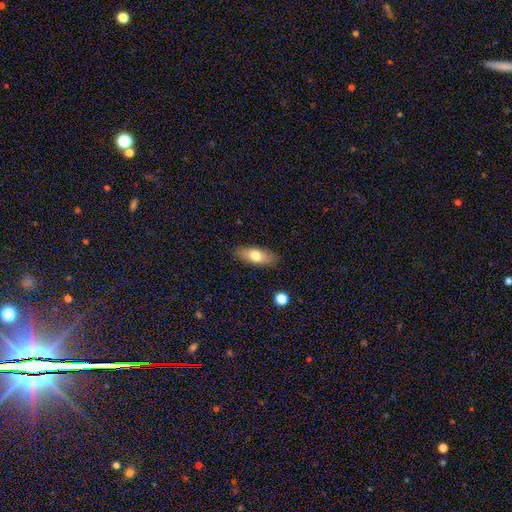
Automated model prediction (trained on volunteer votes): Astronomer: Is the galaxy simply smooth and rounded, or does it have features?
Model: smooth — 72%.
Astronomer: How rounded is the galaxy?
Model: in between — 77%.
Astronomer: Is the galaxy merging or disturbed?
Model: none — 85%.